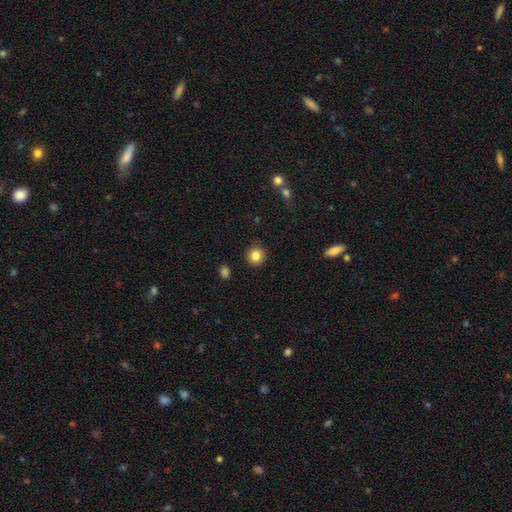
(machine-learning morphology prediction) This appears to be a smooth galaxy with no disk features (84%) that is round (92%). Merging: none (89%).